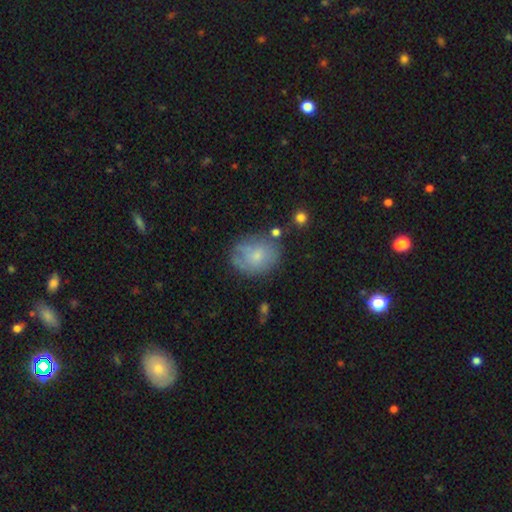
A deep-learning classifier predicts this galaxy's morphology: A smooth galaxy with no disk features (63%) that is round (52%). Merging: none (60%).